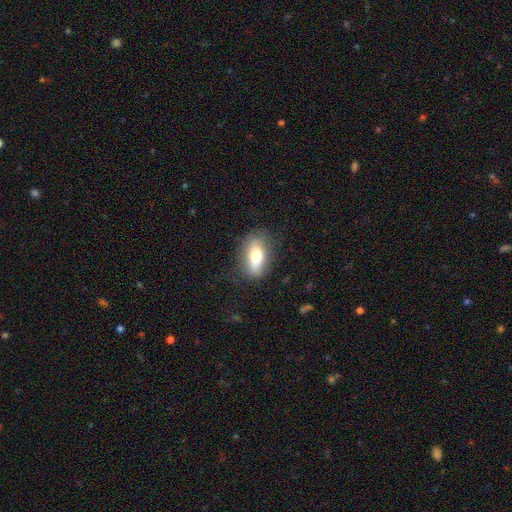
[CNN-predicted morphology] The model was most divided on "smooth or featured": smooth: 64%, featured or disk: 28%, star or artifact: 8%. More confident: merging — none (77%); how rounded — in between (77%).